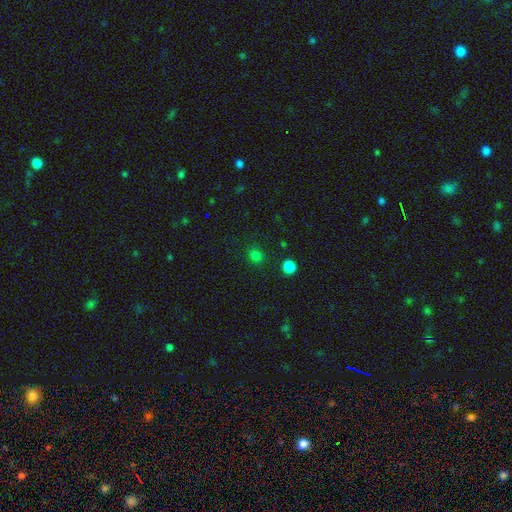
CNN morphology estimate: Smooth or featured? Predicted: smooth (p=0.78). How rounded? Predicted: round (p=0.80). Merging? Predicted: none (p=0.86).